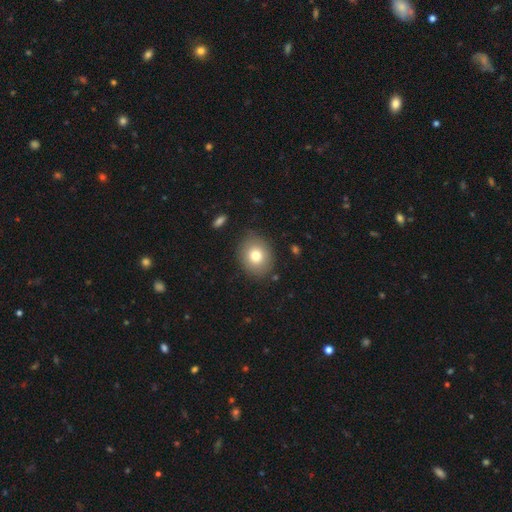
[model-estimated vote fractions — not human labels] Smooth or featured?
  - smooth: 77% *
  - featured or disk: 13%
  - star or artifact: 10%
How rounded?
  - round: 60% *
  - in between: 39%
  - cigar-shaped: 1%
Merging?
  - none: 84% *
  - minor disturbance: 11%
  - major disturbance: 3%
  - merger: 2%